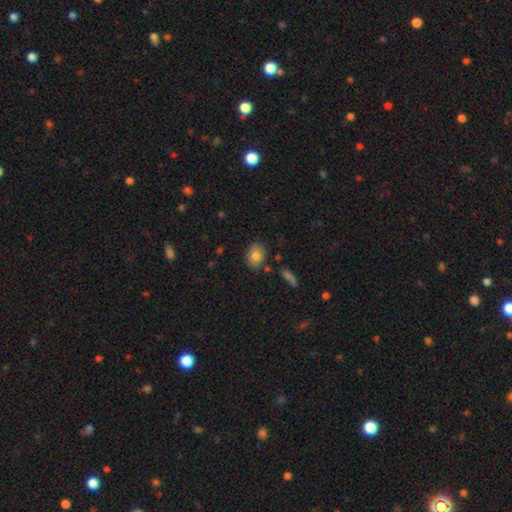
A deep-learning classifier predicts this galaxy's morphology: Smooth or featured? Predicted: smooth (p=0.82). How rounded? Predicted: in between (p=0.64). Merging? Predicted: none (p=0.83).